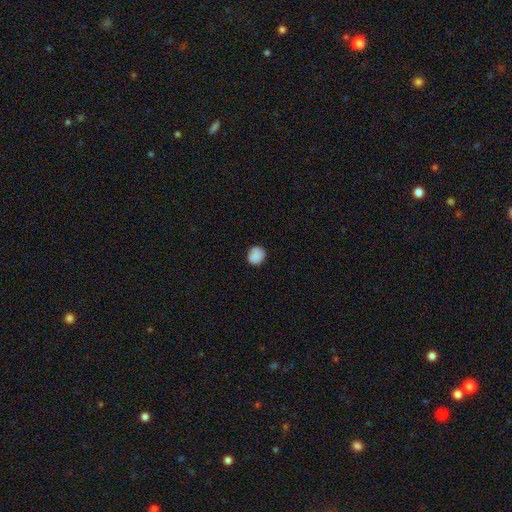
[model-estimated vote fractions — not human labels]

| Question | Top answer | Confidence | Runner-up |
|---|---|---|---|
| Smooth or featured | smooth | 87% | star or artifact (9%) |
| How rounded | round | 74% | in between (25%) |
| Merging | none | 80% | minor disturbance (16%) |